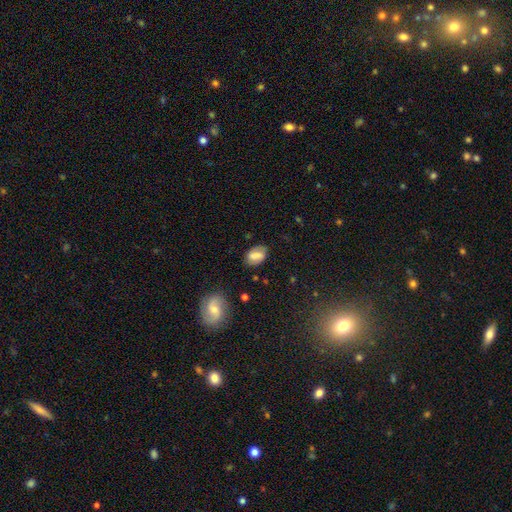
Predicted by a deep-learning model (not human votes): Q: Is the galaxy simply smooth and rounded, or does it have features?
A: smooth — 74%.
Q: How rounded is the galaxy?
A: in between — 87%.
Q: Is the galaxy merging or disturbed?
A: none — 73%.